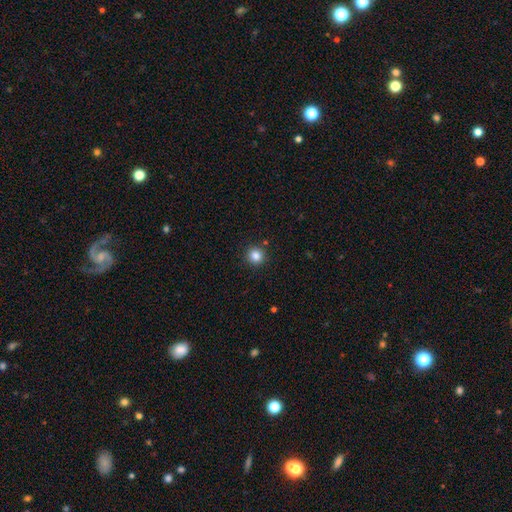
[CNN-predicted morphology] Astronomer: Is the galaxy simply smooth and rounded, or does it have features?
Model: smooth — 84%.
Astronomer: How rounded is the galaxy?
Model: round — 94%.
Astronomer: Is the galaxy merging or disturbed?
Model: none — 91%.